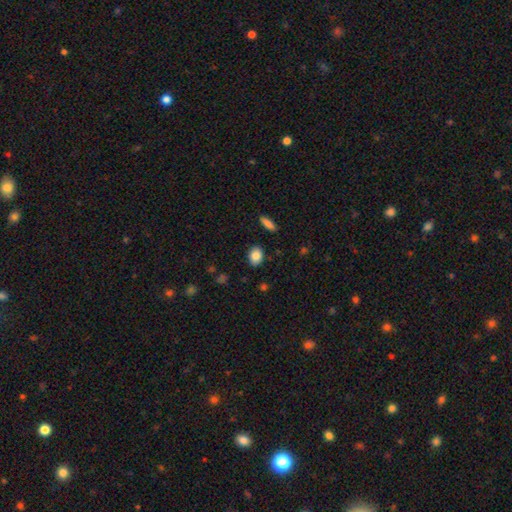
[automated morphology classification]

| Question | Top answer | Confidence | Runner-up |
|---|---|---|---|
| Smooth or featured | smooth | 84% | star or artifact (8%) |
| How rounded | in between | 68% | round (31%) |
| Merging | none | 87% | minor disturbance (9%) |